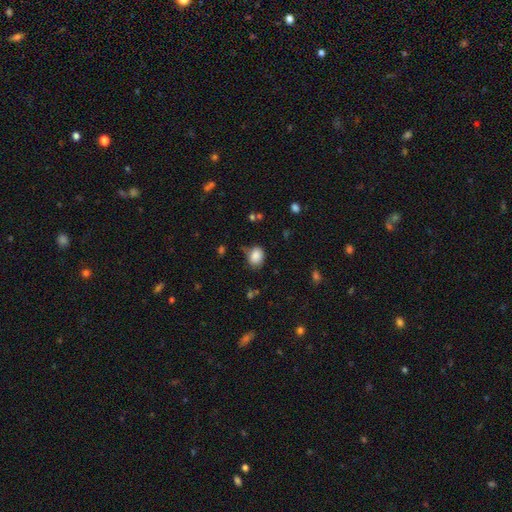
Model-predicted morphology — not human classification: The model was most divided on "how rounded": in between: 56%, round: 43%, cigar-shaped: 1%. More confident: smooth or featured — smooth (86%); merging — none (68%).